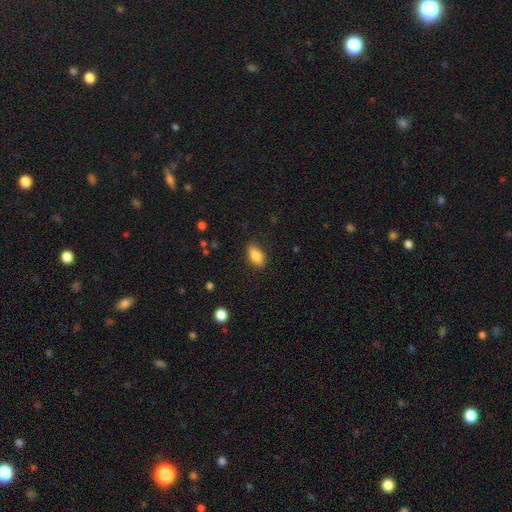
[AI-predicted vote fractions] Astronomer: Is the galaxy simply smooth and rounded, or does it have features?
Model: smooth — 86%.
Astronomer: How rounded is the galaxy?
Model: in between — 91%.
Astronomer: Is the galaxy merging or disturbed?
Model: none — 85%.